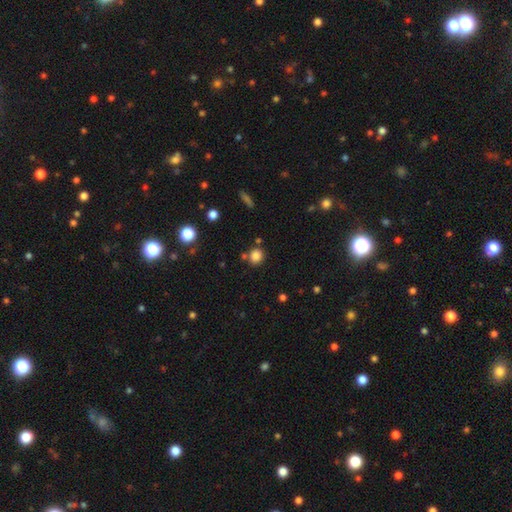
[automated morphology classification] smooth 83%, star or artifact 12%, featured or disk 5%. Down the decision tree: how rounded — round (86%); merging — none (78%).